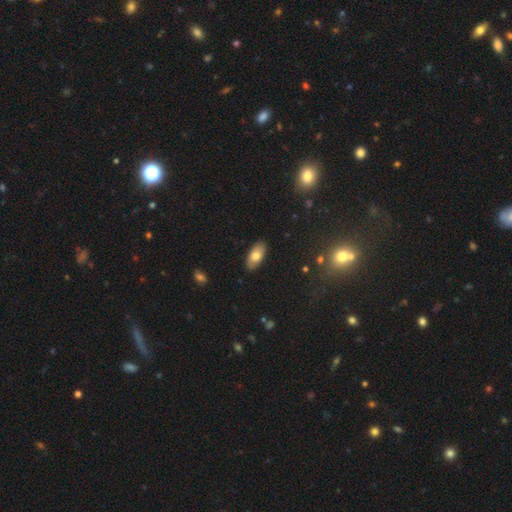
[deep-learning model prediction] A smooth galaxy with no disk features (75%) that is in between round and cigar-shaped (91%).

Vote fractions:
- Smooth or featured? smooth: 75% / featured or disk: 18% / star or artifact: 7%
- How rounded? in between: 91% / cigar-shaped: 6% / round: 3%
- Merging? none: 88% / minor disturbance: 9% / major disturbance: 2% / merger: 1%